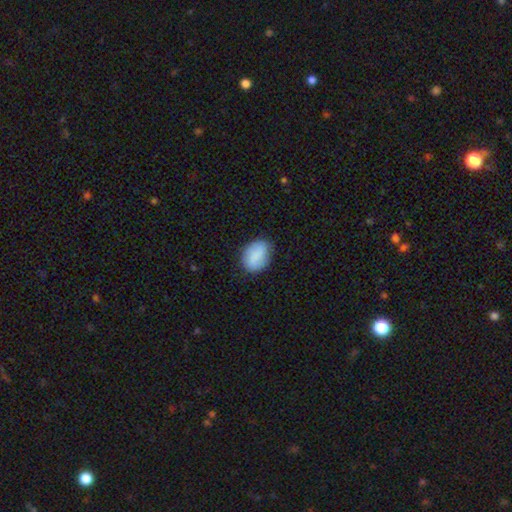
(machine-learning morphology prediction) Overall: smooth (81%). How rounded: in between (70%). Merging: none (78%).